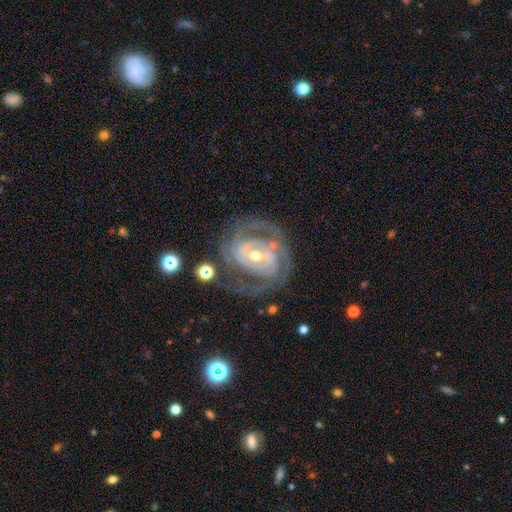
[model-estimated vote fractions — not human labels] Smooth or featured? featured or disk (90%)
Edge-on disk? no (97%)
Bar? weak (41%)
Spiral arms? yes (96%)
Spiral winding? tight (60%)
Spiral arm count? 2 (41%)
Bulge size? moderate (52%)
Merging? none (66%)